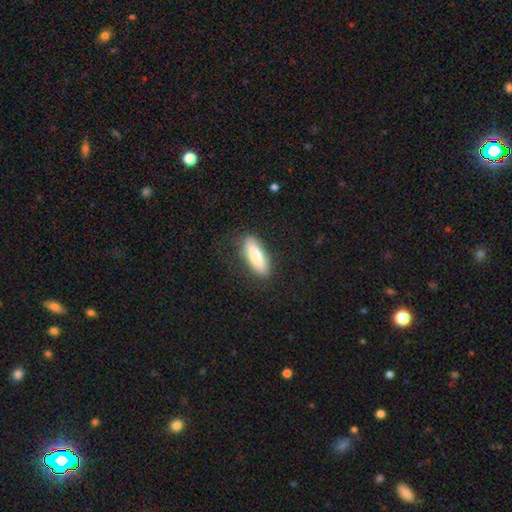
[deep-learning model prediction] Smooth or featured: smooth — 79% (featured or disk — 16%)
How rounded: in between — 55% (cigar-shaped — 43%)
Merging: none — 82% (minor disturbance — 13%)